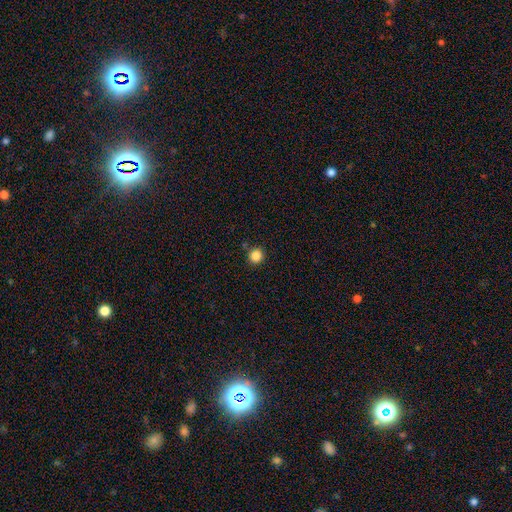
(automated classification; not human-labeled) This is clearly a smooth galaxy (86%). How rounded: clearly round (94%). Merging: clearly none (89%).